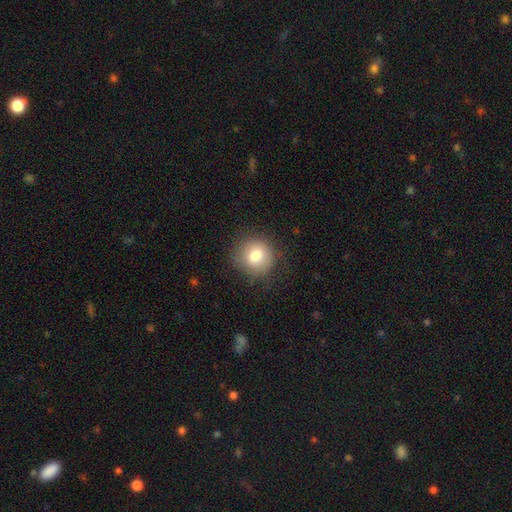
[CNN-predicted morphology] A smooth galaxy with no disk features (80%) that is round (87%).

Vote fractions:
- Smooth or featured? smooth: 80% / featured or disk: 11% / star or artifact: 9%
- How rounded? round: 87% / in between: 13% / cigar-shaped: 1%
- Merging? none: 81% / minor disturbance: 13% / major disturbance: 5% / merger: 1%